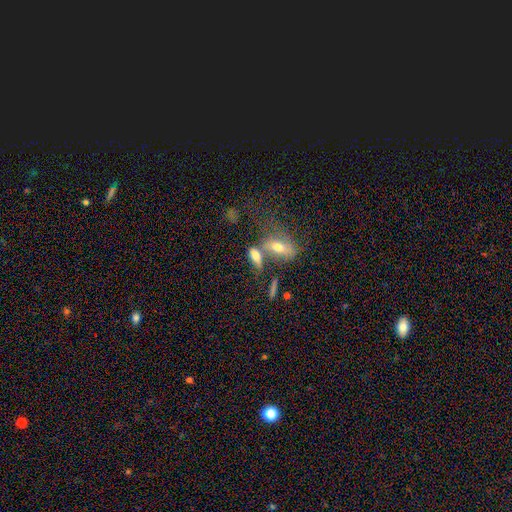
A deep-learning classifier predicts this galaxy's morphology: A smooth galaxy with no disk features (66%) that is in between round and cigar-shaped (72%).

Vote fractions:
- Smooth or featured? smooth: 66% / featured or disk: 22% / star or artifact: 12%
- How rounded? in between: 72% / cigar-shaped: 21% / round: 7%
- Merging? merger: 43% / none: 37% / minor disturbance: 12% / major disturbance: 8%